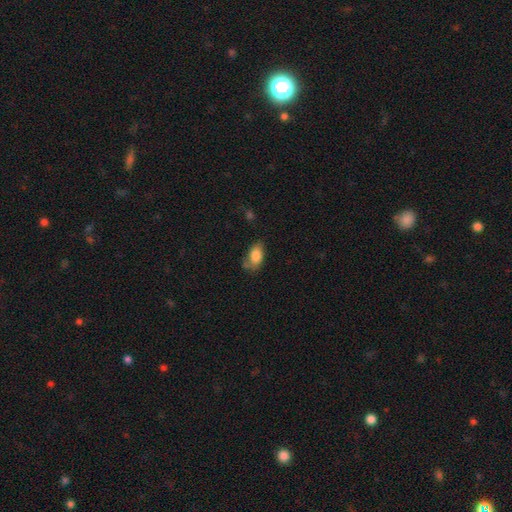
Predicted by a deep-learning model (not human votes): Smooth or featured? Predicted: smooth (p=0.82). How rounded? Predicted: in between (p=0.90). Merging? Predicted: none (p=0.55).